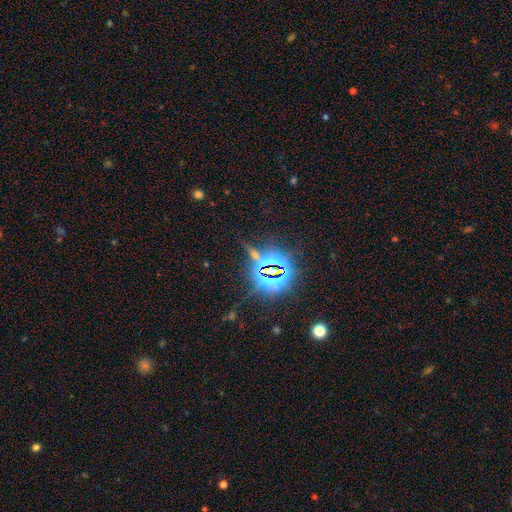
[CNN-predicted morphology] The model was most divided on "smooth or featured": star or artifact: 78%, smooth: 14%, featured or disk: 9%.